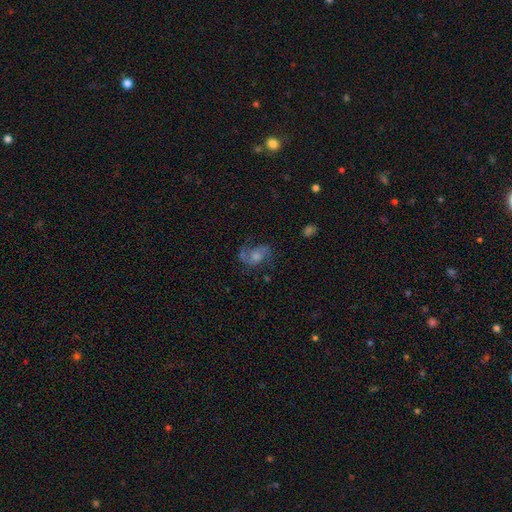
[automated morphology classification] This is likely a featured or disk galaxy (68%). It is clearly not viewed edge-on (97%). Bar: likely no (65%). Spiral arm pattern: clearly yes (89%). Spiral arm count: likely 2 (80%). Spiral winding: marginally medium (45%). Central bulge: marginally moderate (36%). Merging: possibly none (55%).